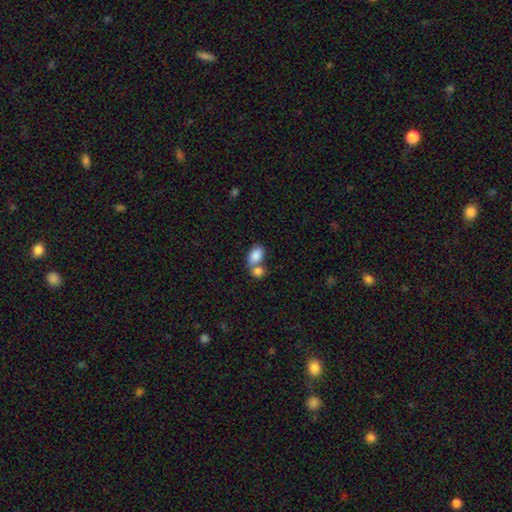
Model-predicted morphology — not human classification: smooth_or_featured: smooth (p=0.85) [alt: star or artifact p=0.07]
how_rounded: in between (p=0.90) [alt: round p=0.09]
merging: merger (p=0.56) [alt: none p=0.31]